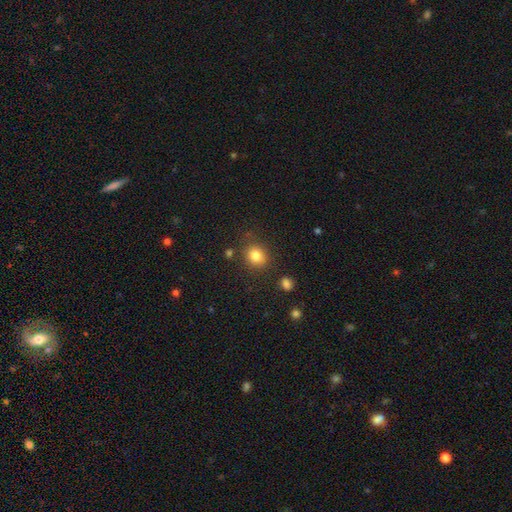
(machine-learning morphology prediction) This appears to be a smooth galaxy with no disk features (82%) that is round (77%). Merging: none (81%).